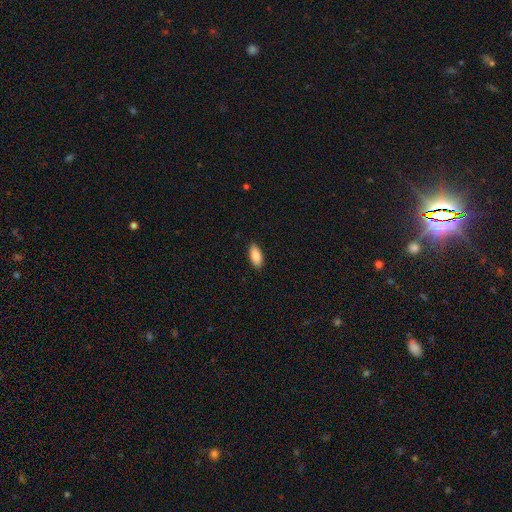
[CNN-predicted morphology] Smooth or featured? smooth (88%)
How rounded? in between (89%)
Merging? none (88%)